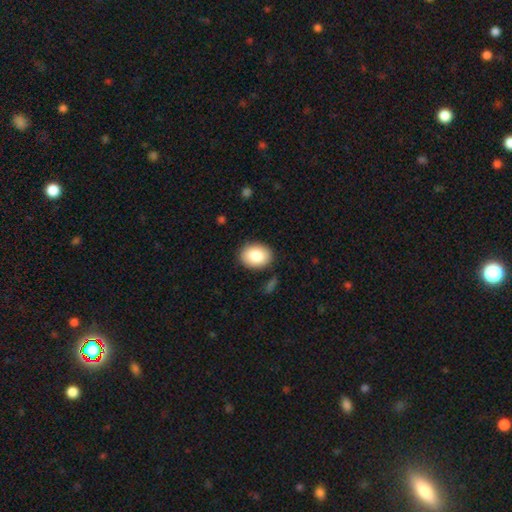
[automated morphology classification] This is clearly a smooth galaxy (84%). How rounded: likely in between (64%). Merging: clearly none (87%).